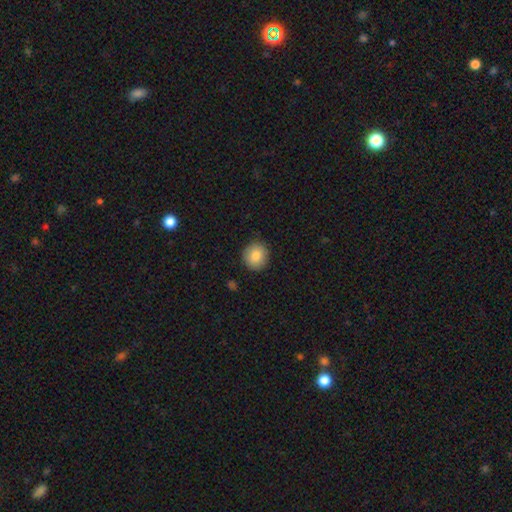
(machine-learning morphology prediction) Overall: smooth (85%). How rounded: round (88%). Merging: none (88%).